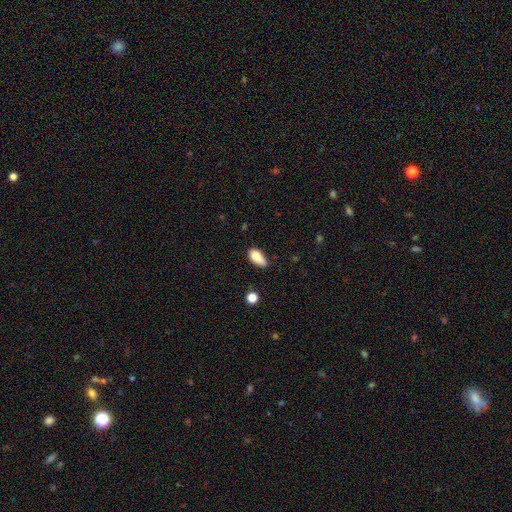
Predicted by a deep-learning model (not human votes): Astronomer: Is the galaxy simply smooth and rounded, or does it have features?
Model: smooth — 82%.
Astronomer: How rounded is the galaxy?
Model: in between — 88%.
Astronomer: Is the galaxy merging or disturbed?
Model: none — 50% (runner-up: minor disturbance, 37%).